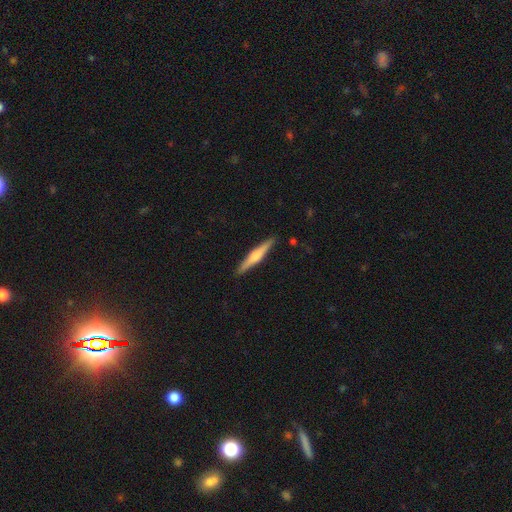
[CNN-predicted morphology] type=featured or disk (58%); edge-on=yes (98%); edge-on bulge=rounded (77%); merging=none (91%).